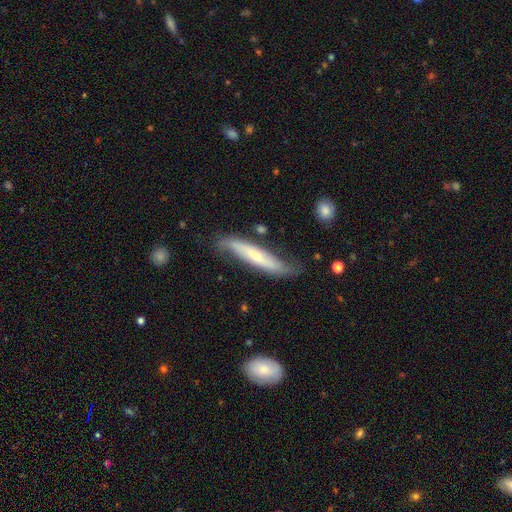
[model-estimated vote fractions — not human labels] A featured or disk galaxy (64%) viewed edge-on (51%). Merging: none (62%).